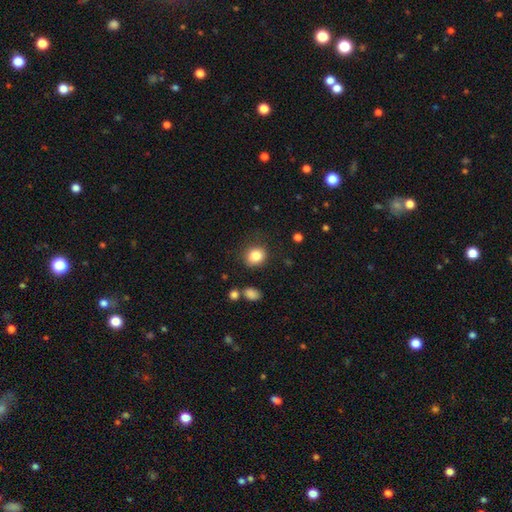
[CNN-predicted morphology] smooth-or-featured: smooth: 85% | star or artifact: 10% | featured or disk: 6%
  how-rounded: round: 67% | in between: 32% | cigar-shaped: 1%
  merging: none: 79% | minor disturbance: 14% | major disturbance: 5% | merger: 3%